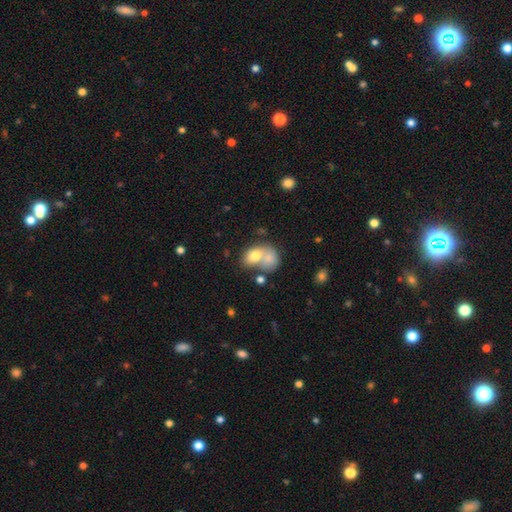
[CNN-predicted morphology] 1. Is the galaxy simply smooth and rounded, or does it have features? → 70% smooth, 21% featured or disk, 10% star or artifact.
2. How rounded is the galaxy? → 66% in between, 33% round, 1% cigar-shaped.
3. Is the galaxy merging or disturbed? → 60% merger, 22% none, 10% minor disturbance, 8% major disturbance.